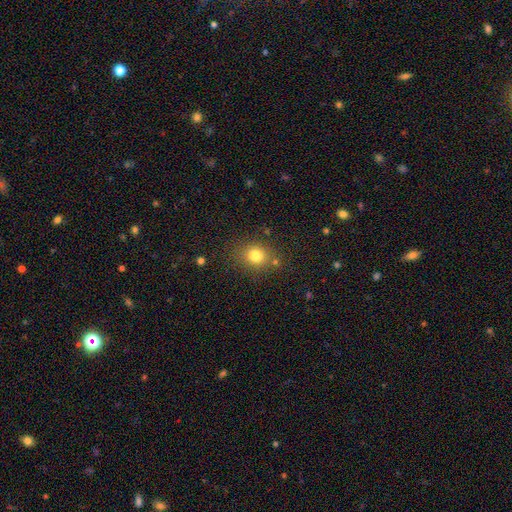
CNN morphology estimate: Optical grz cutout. It shows a smooth galaxy with no disk features (79%) that is round (70%). Merging: none (79%).